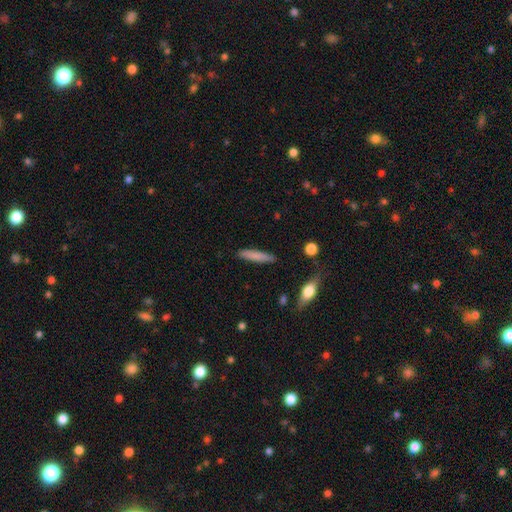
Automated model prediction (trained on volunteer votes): This is likely a smooth galaxy (80%). How rounded: clearly cigar-shaped (85%). Merging: clearly none (87%).